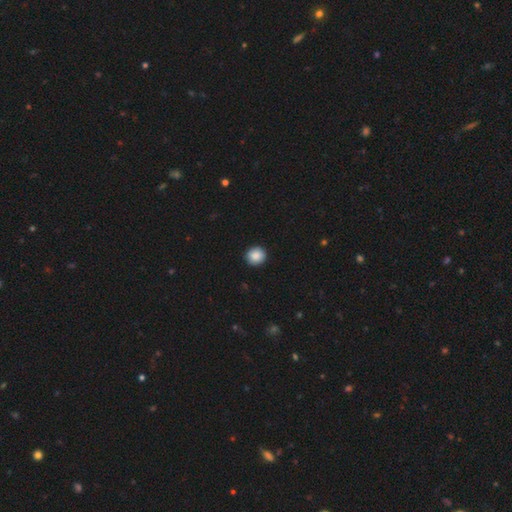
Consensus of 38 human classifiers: Volunteers were most divided on "merging": none: 89%, minor disturbance: 8%, merger: 3%, major disturbance: 0%. More confident: smooth or featured — smooth (92%); how rounded — round (91%).